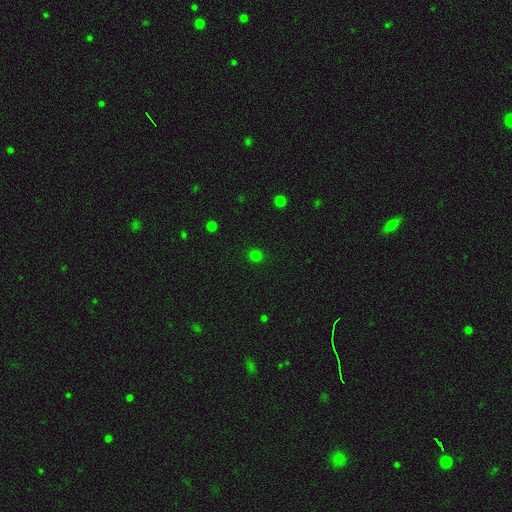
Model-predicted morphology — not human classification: The model was most divided on "smooth or featured": smooth: 76%, star or artifact: 21%, featured or disk: 4%. More confident: merging — none (91%); how rounded — round (91%).